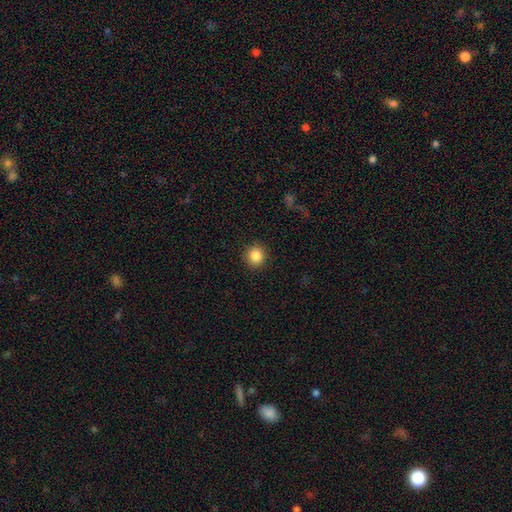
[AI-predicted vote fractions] Q: Smooth or featured?
A: smooth (86%); runner-up: star or artifact (10%)
Q: How rounded?
A: round (89%); runner-up: in between (10%)
Q: Merging?
A: none (91%); runner-up: minor disturbance (6%)